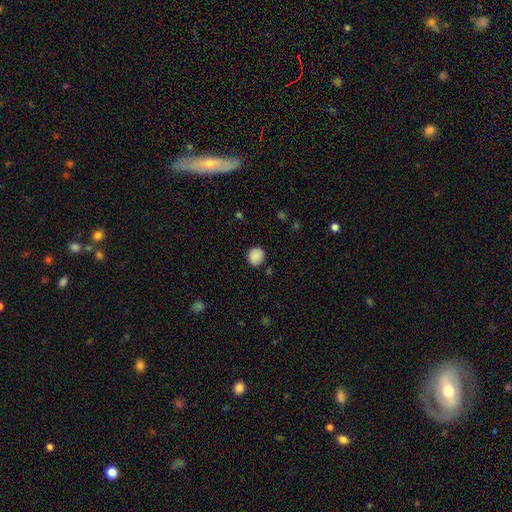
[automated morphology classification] This appears to be a smooth galaxy with no disk features (88%) that is round (83%). Merging: none (82%).